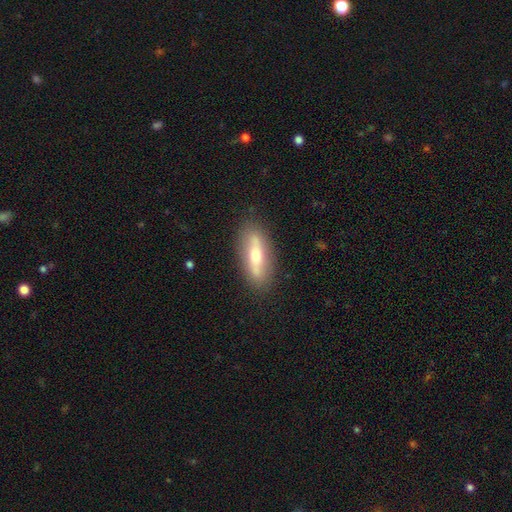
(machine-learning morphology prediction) A featured or disk galaxy (52%) viewed edge-on (55%).

Vote fractions:
- Smooth or featured? featured or disk: 52% / smooth: 42% / star or artifact: 6%
- Edge-on disk? yes: 55% / no: 45%
- Merging? none: 85% / minor disturbance: 11% / major disturbance: 3% / merger: 1%